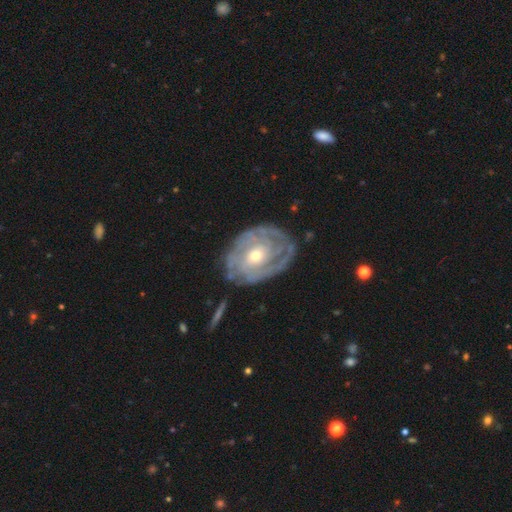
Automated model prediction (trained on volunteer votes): Overall: featured or disk (81%). Edge-on disk: no (96%). Bar: no (71%). Spiral arms: yes (86%). Spiral arm count: can't tell (47%; 2 19%). Spiral winding: tight (72%). Bulge size: moderate (52%; small 44%). Merging: none (69%).